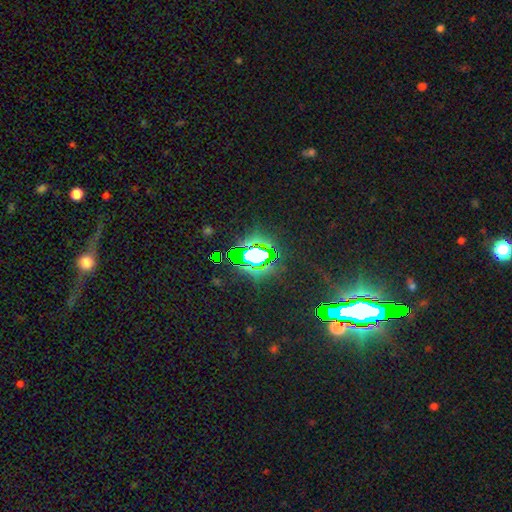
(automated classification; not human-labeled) Smooth or featured: star or artifact — 70% (smooth — 19%)